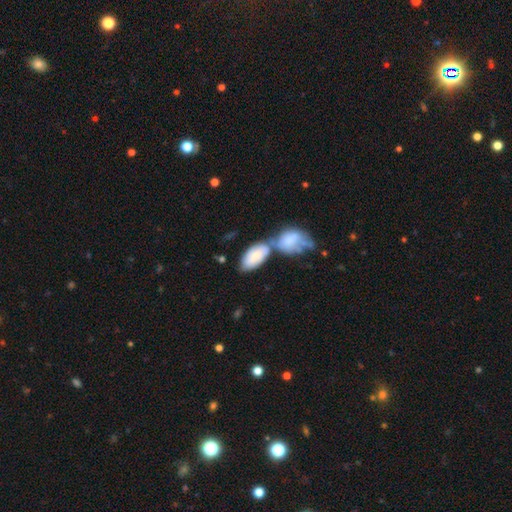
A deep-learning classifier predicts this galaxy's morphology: A smooth galaxy with no disk features (72%) that is in between round and cigar-shaped (93%).

Vote fractions:
- Smooth or featured? smooth: 72% / featured or disk: 22% / star or artifact: 6%
- How rounded? in between: 93% / cigar-shaped: 4% / round: 3%
- Merging? merger: 58% / none: 25% / minor disturbance: 11% / major disturbance: 5%